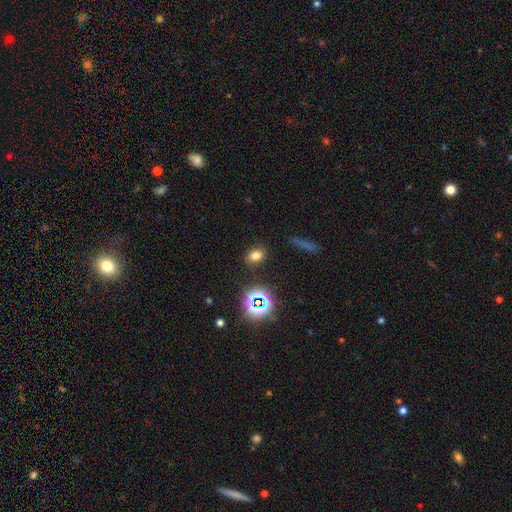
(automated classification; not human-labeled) Smooth or featured? Predicted: smooth (p=0.71). How rounded? Predicted: in between (p=0.64). Merging? Predicted: none (p=0.84).